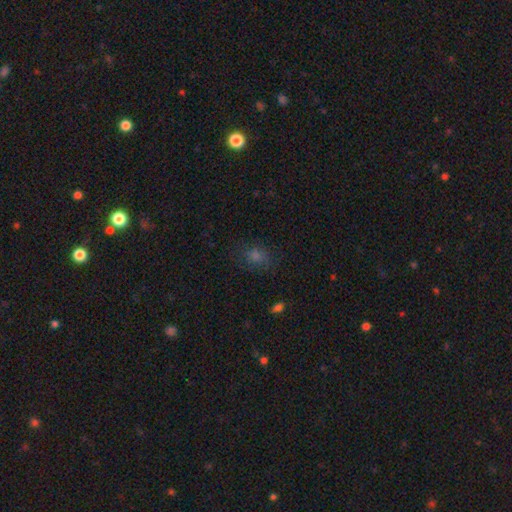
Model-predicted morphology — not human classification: This is likely a smooth galaxy (63%). How rounded: possibly in between (51%). Merging: likely none (76%).